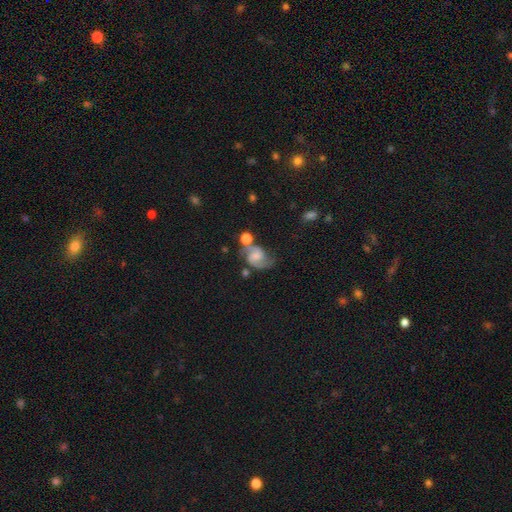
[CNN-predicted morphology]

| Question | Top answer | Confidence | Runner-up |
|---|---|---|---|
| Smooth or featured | featured or disk | 84% | smooth (9%) |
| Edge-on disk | no | 98% | yes (2%) |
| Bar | no | 48% | weak (42%) |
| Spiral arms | yes | 97% | no (3%) |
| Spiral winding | medium | 56% | loose (24%) |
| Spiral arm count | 2 | 92% | can't tell (3%) |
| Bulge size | small | 42% | moderate (31%) |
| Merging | none | 60% | minor disturbance (18%) |